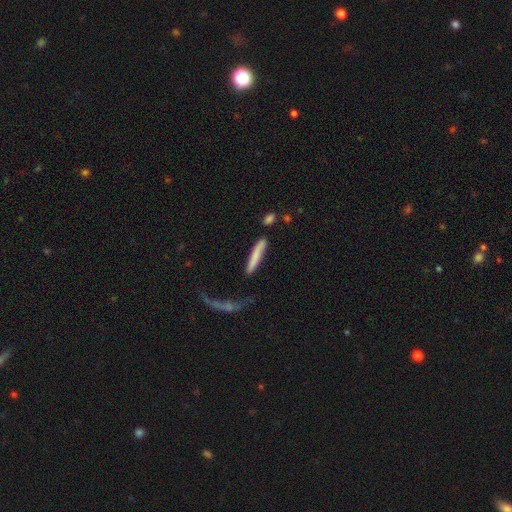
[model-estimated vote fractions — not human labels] smooth-or-featured: smooth: 72% | featured or disk: 21% | star or artifact: 6%
  how-rounded: cigar-shaped: 92% | in between: 7% | round: 2%
  merging: none: 64% | minor disturbance: 17% | merger: 9% | major disturbance: 9%